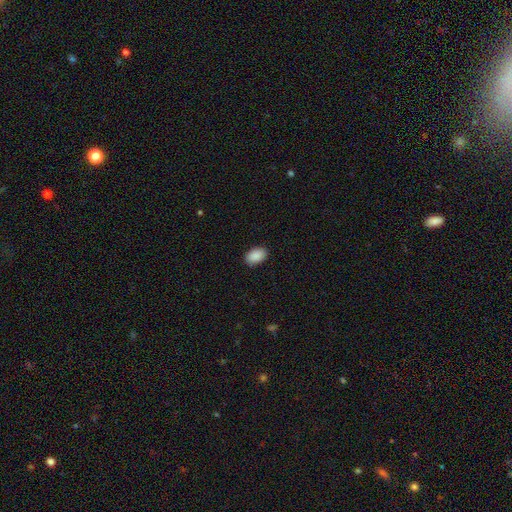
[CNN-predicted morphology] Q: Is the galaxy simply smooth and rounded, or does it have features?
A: smooth — 90%.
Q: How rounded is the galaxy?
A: in between — 88%.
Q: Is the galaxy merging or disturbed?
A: none — 89%.